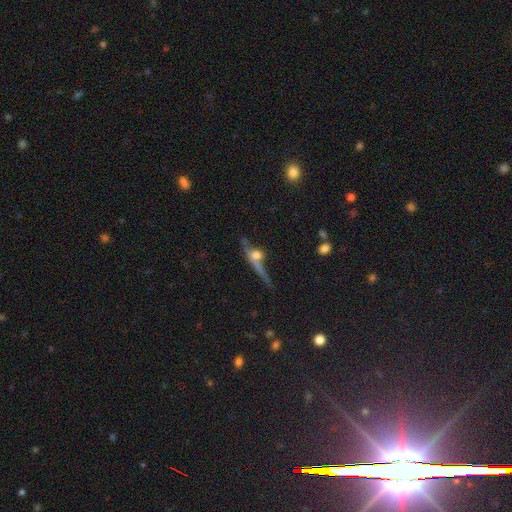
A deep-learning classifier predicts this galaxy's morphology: featured or disk 50%, smooth 33%, star or artifact 16%. Down the decision tree: edge-on disk — yes (76%); merging — none (49%).